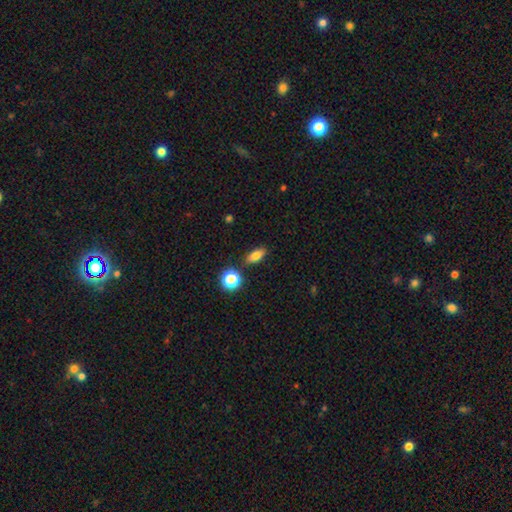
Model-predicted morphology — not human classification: A smooth galaxy with no disk features (76%) that is in between round and cigar-shaped (75%).

Vote fractions:
- Smooth or featured? smooth: 76% / star or artifact: 12% / featured or disk: 12%
- How rounded? in between: 75% / cigar-shaped: 14% / round: 11%
- Merging? none: 84% / minor disturbance: 10% / merger: 4% / major disturbance: 3%